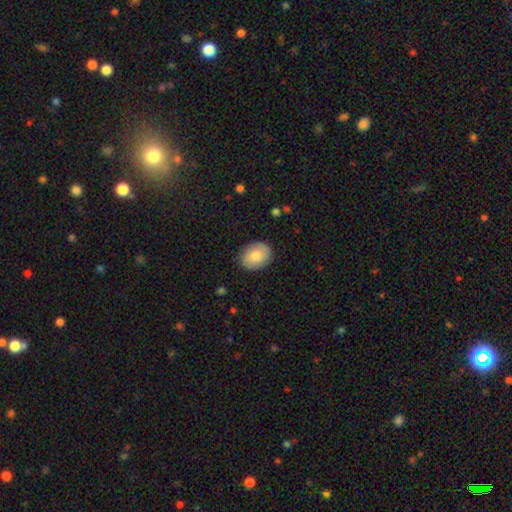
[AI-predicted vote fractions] Smooth or featured: smooth — 78% (featured or disk — 15%)
How rounded: in between — 64% (round — 35%)
Merging: none — 86% (minor disturbance — 11%)